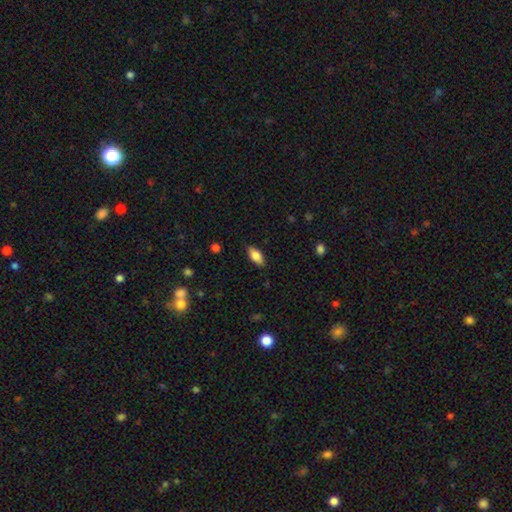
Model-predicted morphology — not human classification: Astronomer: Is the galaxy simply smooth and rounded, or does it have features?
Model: smooth — 77%.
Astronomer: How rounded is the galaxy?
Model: in between — 85%.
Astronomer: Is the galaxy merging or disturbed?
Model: none — 87%.